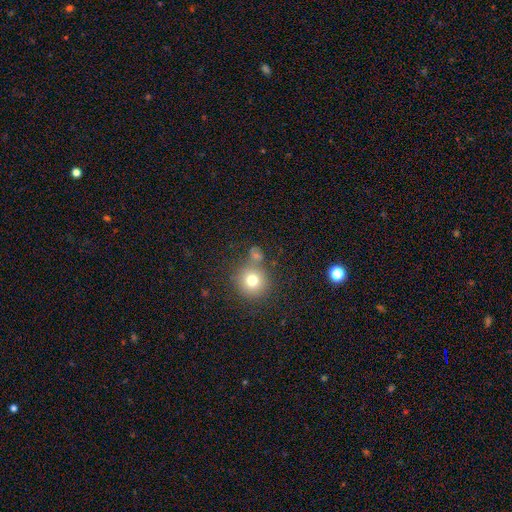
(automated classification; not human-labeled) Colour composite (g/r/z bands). It shows a smooth galaxy with no disk features (72%) that is round (89%). Merging: none (69%).